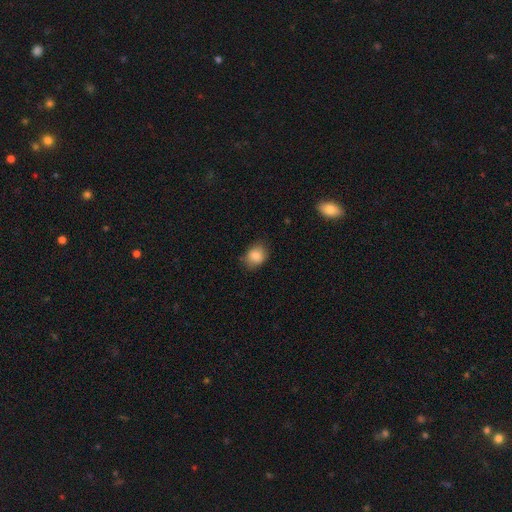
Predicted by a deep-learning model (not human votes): Smooth or featured? Predicted: smooth (p=0.85). How rounded? Predicted: round (p=0.50). Merging? Predicted: none (p=0.77).